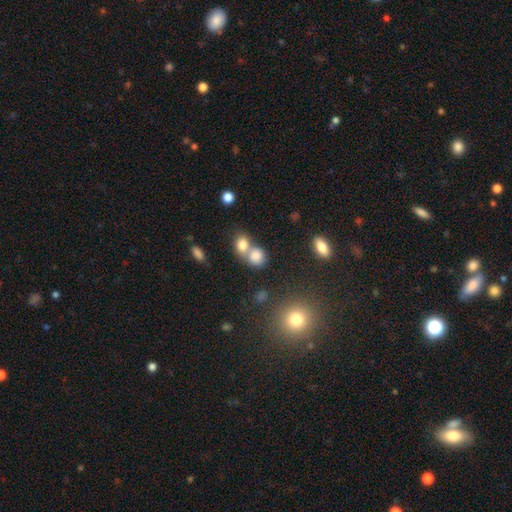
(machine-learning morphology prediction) A smooth galaxy with no disk features (79%) that is round (64%). Merging: merger (56%).